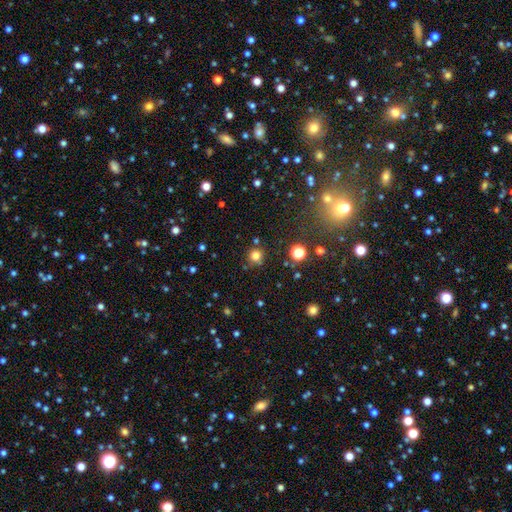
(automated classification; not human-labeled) A smooth galaxy with no disk features (78%) that is round (92%).

Vote fractions:
- Smooth or featured? smooth: 78% / star or artifact: 17% / featured or disk: 6%
- How rounded? round: 92% / in between: 7% / cigar-shaped: 1%
- Merging? none: 82% / minor disturbance: 10% / merger: 5% / major disturbance: 3%